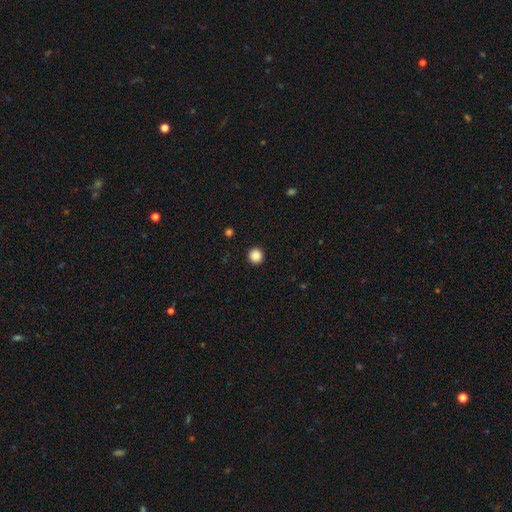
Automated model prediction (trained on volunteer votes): A smooth galaxy with no disk features (88%) that is round (94%).

Vote fractions:
- Smooth or featured? smooth: 88% / star or artifact: 10% / featured or disk: 2%
- How rounded? round: 94% / in between: 5% / cigar-shaped: 1%
- Merging? none: 93% / minor disturbance: 4% / major disturbance: 2% / merger: 1%